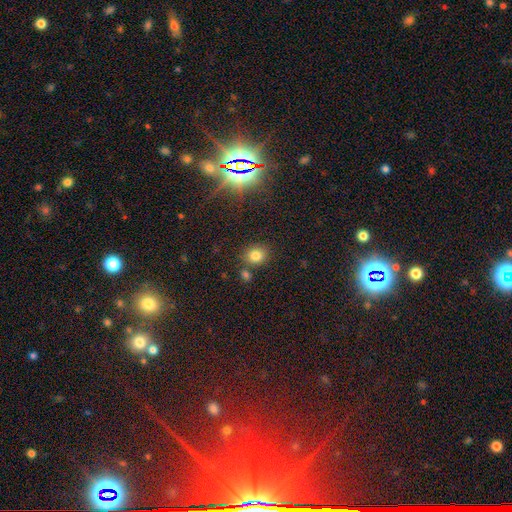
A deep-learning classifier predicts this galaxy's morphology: smooth_or_featured: smooth (p=0.79) [alt: star or artifact p=0.14]
how_rounded: round (p=0.62) [alt: in between p=0.36]
merging: none (p=0.74) [alt: merger p=0.11]